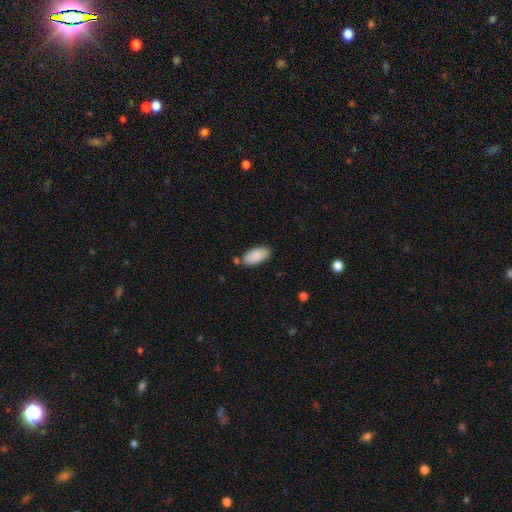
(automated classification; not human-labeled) The model was most divided on "merging": none: 77%, minor disturbance: 14%, merger: 6%, major disturbance: 3%. More confident: how rounded — in between (92%); smooth or featured — smooth (89%).